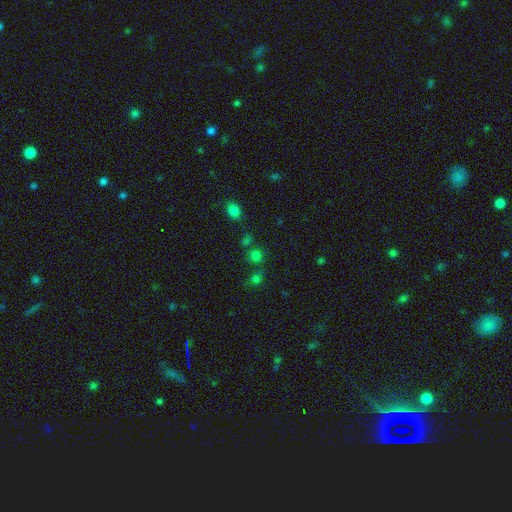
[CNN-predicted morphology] This is likely a smooth galaxy (67%). How rounded: clearly round (83%). Merging: likely none (68%).